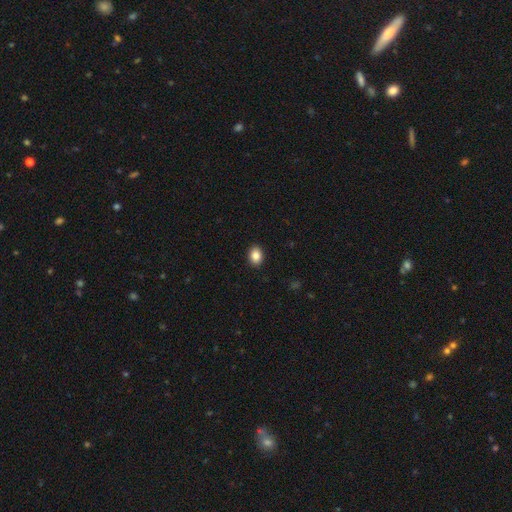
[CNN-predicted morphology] Smooth or featured? Predicted: smooth (p=0.86). How rounded? Predicted: in between (p=0.64). Merging? Predicted: none (p=0.91).